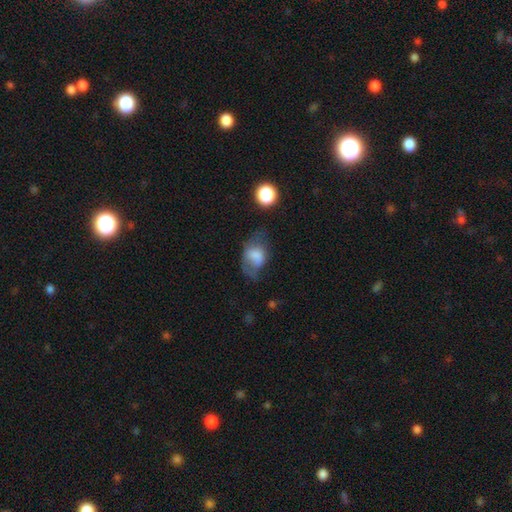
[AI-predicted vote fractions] A smooth galaxy with no disk features (67%) that is in between round and cigar-shaped (75%).

Vote fractions:
- Smooth or featured? smooth: 67% / featured or disk: 24% / star or artifact: 10%
- How rounded? in between: 75% / round: 24% / cigar-shaped: 1%
- Merging? major disturbance: 34% / none: 32% / minor disturbance: 31% / merger: 4%